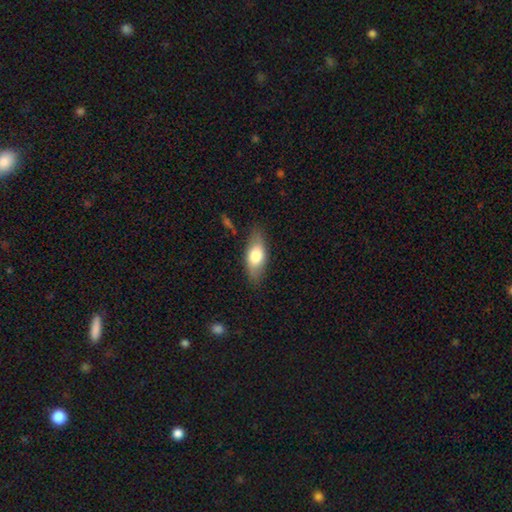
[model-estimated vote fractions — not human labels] smooth-or-featured: smooth: 69% | featured or disk: 25% | star or artifact: 6%
  how-rounded: in between: 81% | cigar-shaped: 15% | round: 4%
  merging: none: 80% | minor disturbance: 15% | major disturbance: 3% | merger: 1%